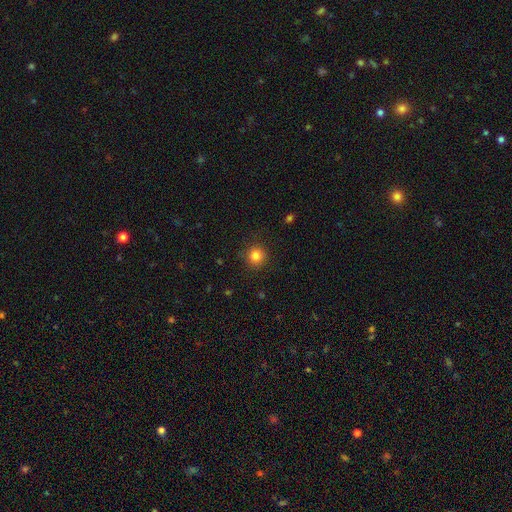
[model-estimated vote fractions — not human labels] Morphology: type=smooth (83%); roundness=round (93%); merging=none (89%).